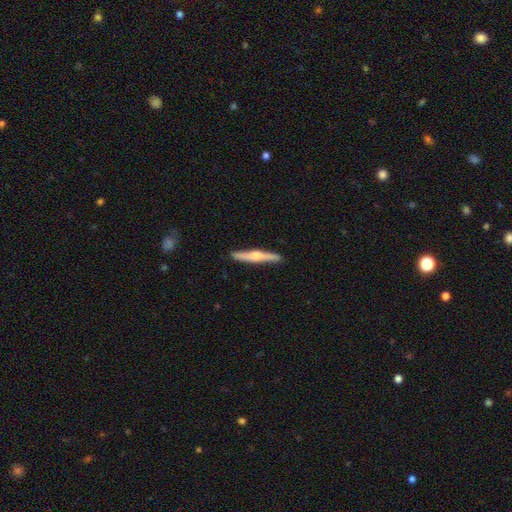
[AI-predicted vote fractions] Q: Smooth or featured?
A: featured or disk (56%); runner-up: smooth (39%)
Q: Edge-on disk?
A: yes (96%); runner-up: no (4%)
Q: Edge-on bulge?
A: rounded (84%); runner-up: none (10%)
Q: Merging?
A: none (89%); runner-up: minor disturbance (8%)